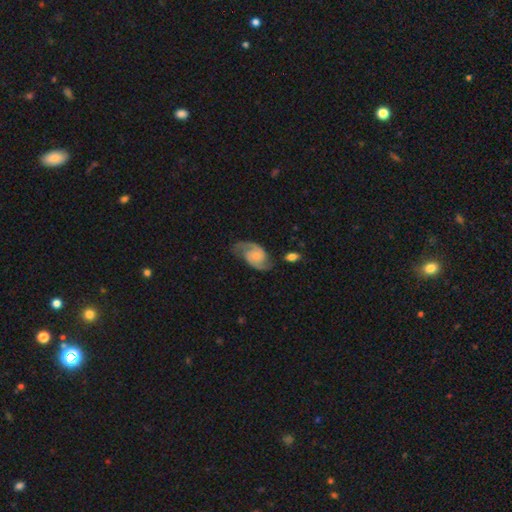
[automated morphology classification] Smooth or featured? Predicted: featured or disk (p=0.86). Edge-on disk? Predicted: no (p=0.97). Bar? Predicted: no (p=0.61). Spiral arms? Predicted: yes (p=0.97). Spiral winding? Predicted: medium (p=0.54). Spiral arm count? Predicted: 2 (p=0.92). Bulge size? Predicted: small (p=0.50). Merging? Predicted: none (p=0.71).